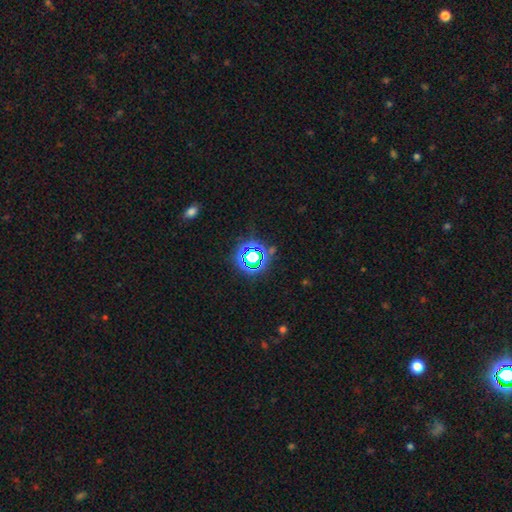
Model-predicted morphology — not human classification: smooth_or_featured: star or artifact (p=0.67) [alt: smooth p=0.22]